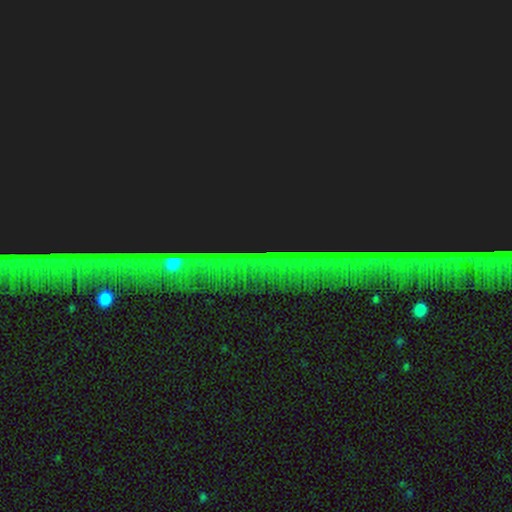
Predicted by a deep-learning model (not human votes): Smooth or featured? Predicted: star or artifact (p=0.85).